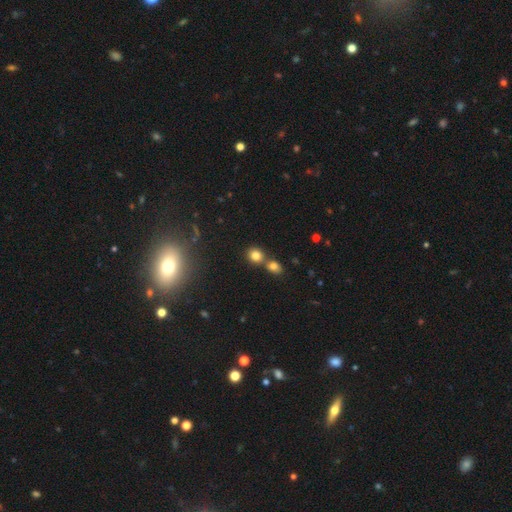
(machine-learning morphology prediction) smooth-or-featured: smooth: 79% | star or artifact: 13% | featured or disk: 8%
  how-rounded: round: 75% | in between: 24% | cigar-shaped: 1%
  merging: none: 51% | merger: 38% | minor disturbance: 8% | major disturbance: 3%